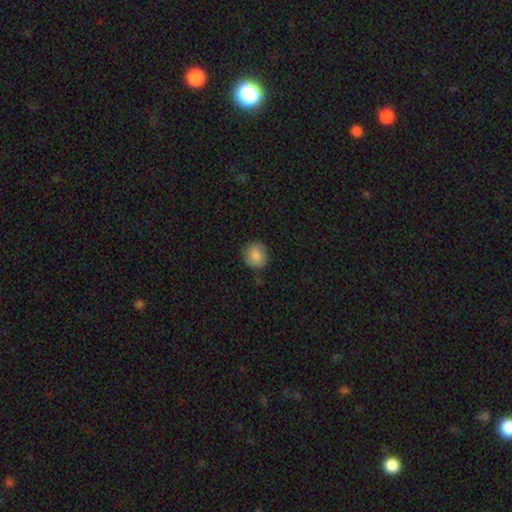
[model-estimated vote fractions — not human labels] Smooth or featured?
  - smooth: 87% *
  - star or artifact: 8%
  - featured or disk: 5%
How rounded?
  - round: 86% *
  - in between: 13%
  - cigar-shaped: 1%
Merging?
  - none: 85% *
  - minor disturbance: 12%
  - major disturbance: 3%
  - merger: 1%